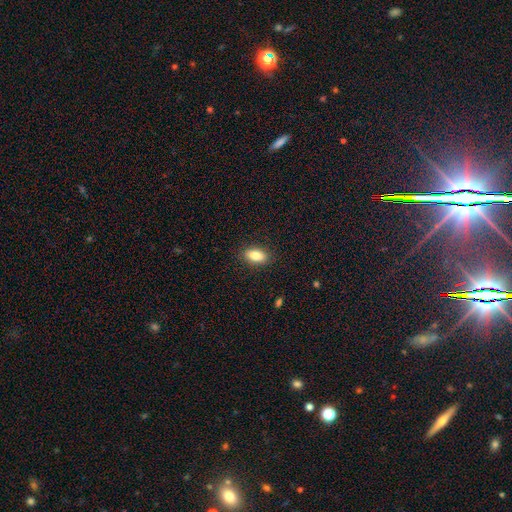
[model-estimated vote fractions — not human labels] Smooth or featured?
  - smooth: 83% *
  - featured or disk: 9%
  - star or artifact: 8%
How rounded?
  - in between: 88% *
  - cigar-shaped: 6%
  - round: 5%
Merging?
  - none: 88% *
  - minor disturbance: 9%
  - major disturbance: 2%
  - merger: 1%